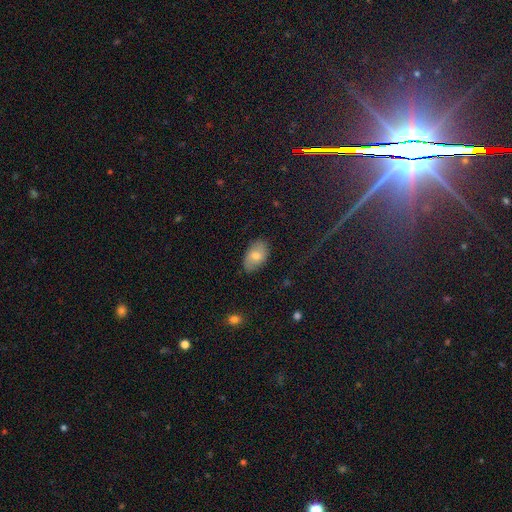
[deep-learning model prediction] Q: Smooth or featured?
A: smooth (64%); runner-up: featured or disk (27%)
Q: How rounded?
A: in between (91%); runner-up: round (7%)
Q: Merging?
A: none (80%); runner-up: minor disturbance (15%)